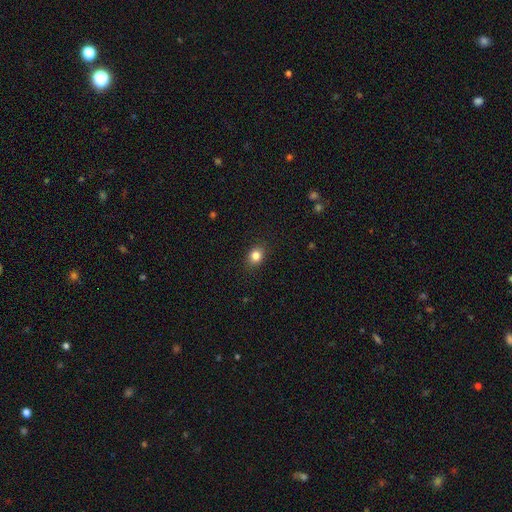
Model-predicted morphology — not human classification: Q: Smooth or featured?
A: smooth (83%); runner-up: star or artifact (11%)
Q: How rounded?
A: round (51%); runner-up: in between (48%)
Q: Merging?
A: none (89%); runner-up: minor disturbance (8%)